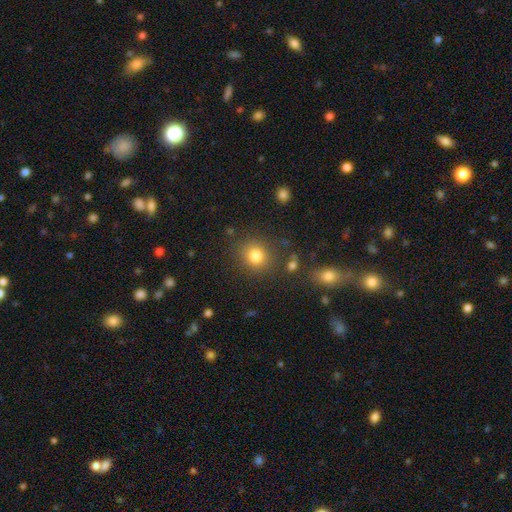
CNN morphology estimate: smooth-or-featured: smooth: 81% | star or artifact: 12% | featured or disk: 6%
  how-rounded: round: 84% | in between: 15% | cigar-shaped: 1%
  merging: none: 83% | minor disturbance: 9% | major disturbance: 4% | merger: 4%